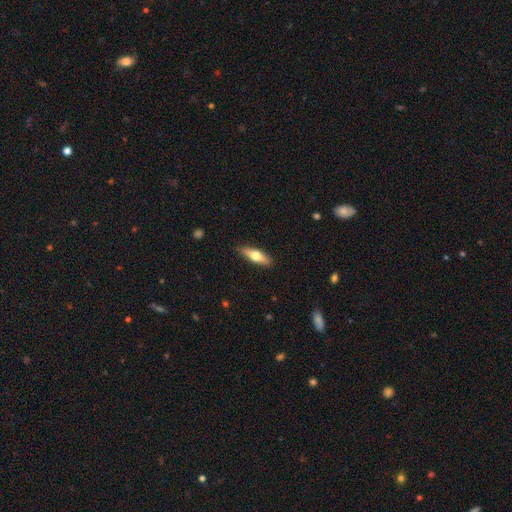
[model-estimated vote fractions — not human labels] smooth-or-featured: smooth: 57% | featured or disk: 37% | star or artifact: 6%
  how-rounded: cigar-shaped: 54% | in between: 44% | round: 2%
  merging: none: 89% | minor disturbance: 9% | major disturbance: 2% | merger: 1%